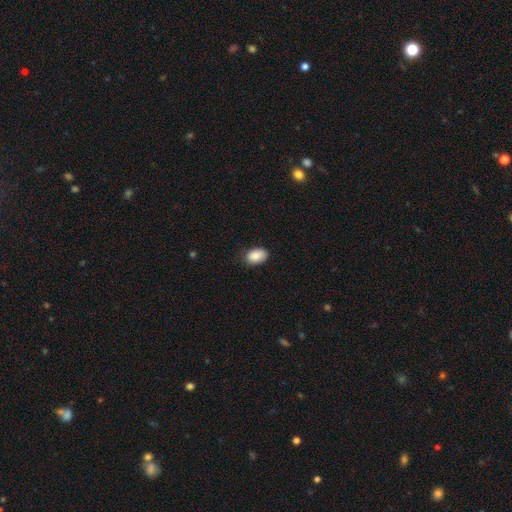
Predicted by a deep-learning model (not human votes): A smooth galaxy with no disk features (88%) that is in between round and cigar-shaped (87%).

Vote fractions:
- Smooth or featured? smooth: 88% / star or artifact: 7% / featured or disk: 5%
- How rounded? in between: 87% / round: 12% / cigar-shaped: 1%
- Merging? none: 78% / minor disturbance: 18% / major disturbance: 3% / merger: 1%